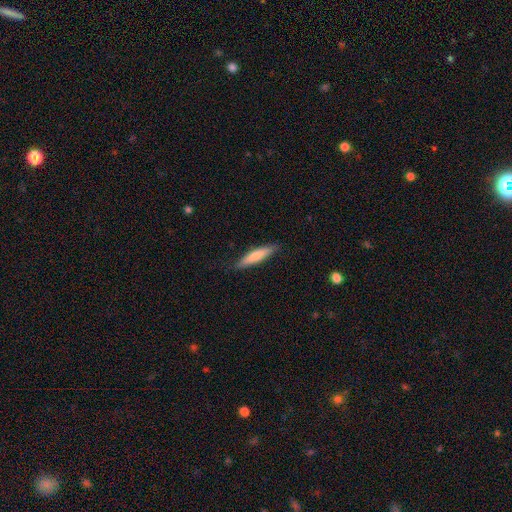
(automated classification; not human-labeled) Smooth or featured: smooth — 73% (featured or disk — 21%)
How rounded: cigar-shaped — 84% (in between — 15%)
Merging: none — 85% (minor disturbance — 12%)